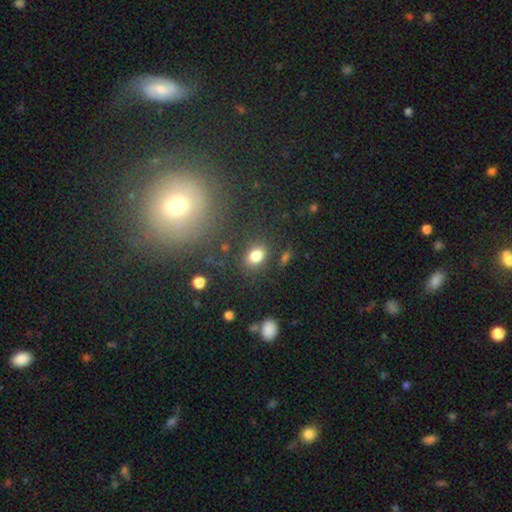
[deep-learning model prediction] This appears to be a smooth galaxy with no disk features (82%) that is in between round and cigar-shaped (74%). Merging: none (78%).